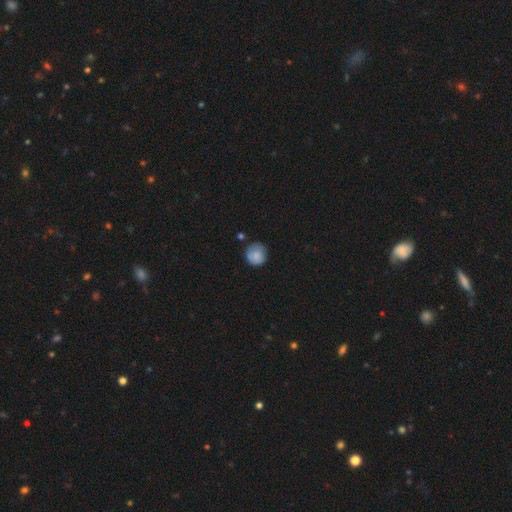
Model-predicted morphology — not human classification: A smooth galaxy with no disk features (79%) that is round (89%).

Vote fractions:
- Smooth or featured? smooth: 79% / featured or disk: 13% / star or artifact: 8%
- How rounded? round: 89% / in between: 10% / cigar-shaped: 1%
- Merging? none: 69% / minor disturbance: 22% / major disturbance: 6% / merger: 3%